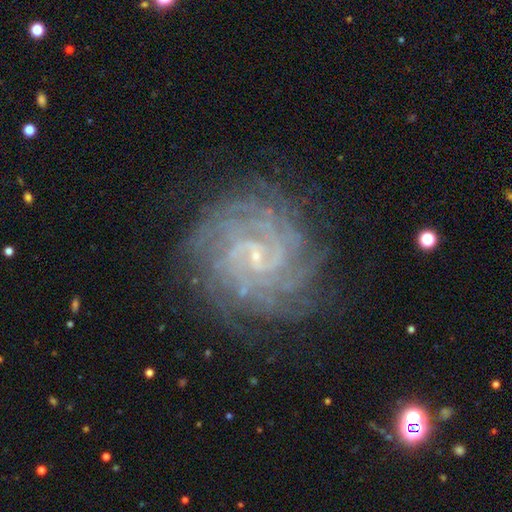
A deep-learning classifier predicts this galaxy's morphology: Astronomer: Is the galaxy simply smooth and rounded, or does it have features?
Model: featured or disk — 89%.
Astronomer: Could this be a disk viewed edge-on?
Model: no — 98%.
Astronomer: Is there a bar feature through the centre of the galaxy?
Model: weak — 50% (runner-up: no, 32%).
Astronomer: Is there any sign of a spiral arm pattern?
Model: yes — 98%.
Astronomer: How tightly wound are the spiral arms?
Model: tight — 80%.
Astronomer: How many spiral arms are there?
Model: more than 4 — 25% (runner-up: can't tell, 22%).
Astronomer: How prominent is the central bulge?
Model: small — 82%.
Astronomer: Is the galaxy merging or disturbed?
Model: none — 82%.